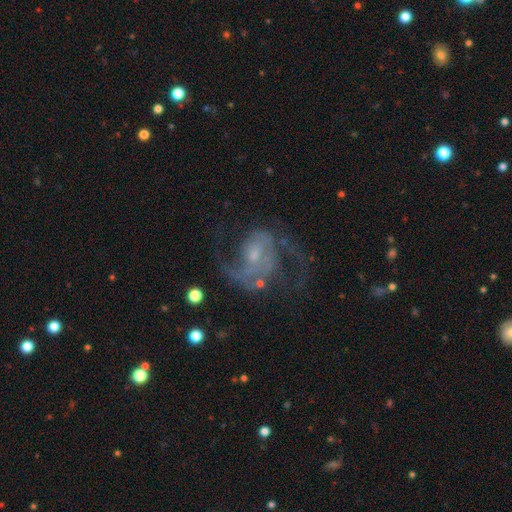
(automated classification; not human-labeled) The model was most divided on "spiral winding": medium: 49%, loose: 39%, tight: 12%. More confident: edge-on disk — no (98%); spiral arms — yes (94%); spiral arm count — 2 (86%); smooth or featured — featured or disk (85%); bulge size — small (61%); merging — none (59%); bar — no (51%).